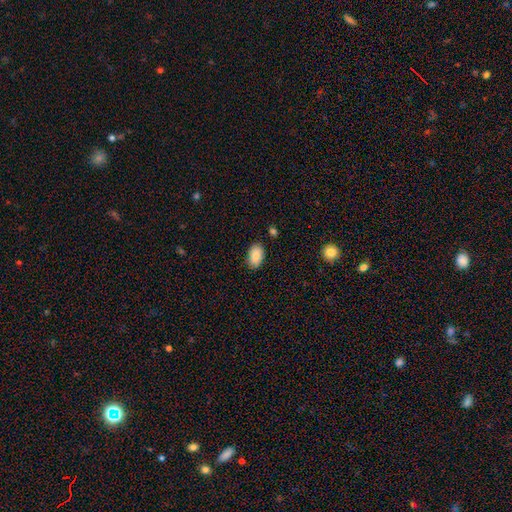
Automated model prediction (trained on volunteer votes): Smooth or featured: smooth — 85% (featured or disk — 8%)
How rounded: in between — 92% (round — 7%)
Merging: none — 84% (minor disturbance — 12%)